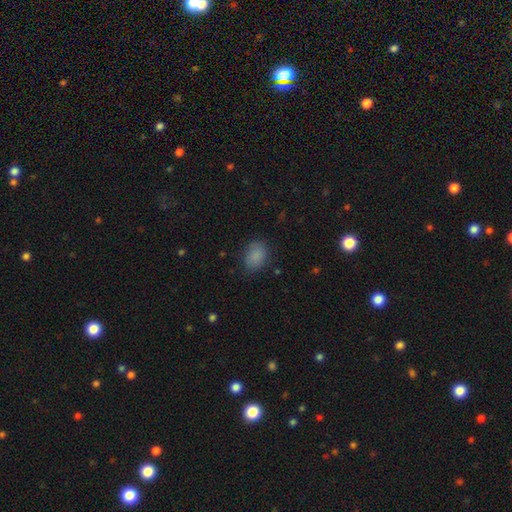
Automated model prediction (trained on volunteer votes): Smooth or featured? smooth (86%)
How rounded? in between (71%)
Merging? none (77%)